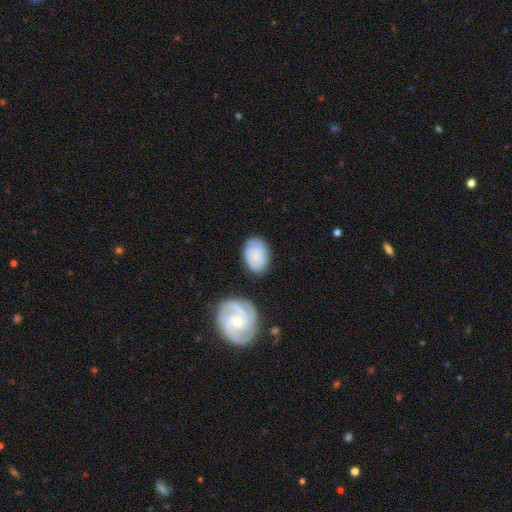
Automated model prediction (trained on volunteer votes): Smooth or featured? Predicted: smooth (p=0.55). How rounded? Predicted: in between (p=0.82). Merging? Predicted: none (p=0.74).